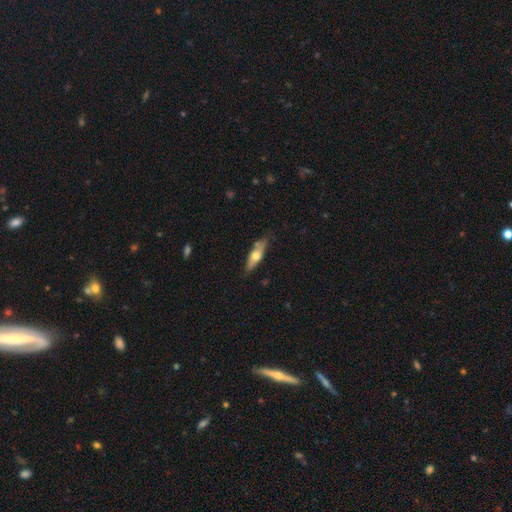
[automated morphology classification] Smooth or featured: smooth — 53% (featured or disk — 42%)
How rounded: cigar-shaped — 53% (in between — 45%)
Merging: none — 74% (minor disturbance — 18%)